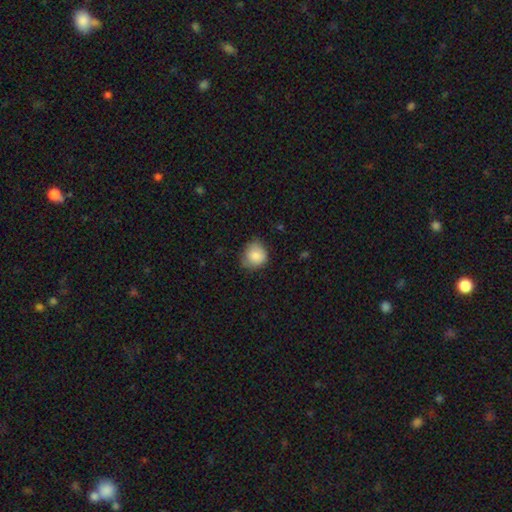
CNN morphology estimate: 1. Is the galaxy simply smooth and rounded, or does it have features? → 84% smooth, 8% star or artifact, 8% featured or disk.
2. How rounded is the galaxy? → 75% round, 24% in between, 1% cigar-shaped.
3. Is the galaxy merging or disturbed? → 60% none, 32% minor disturbance, 6% major disturbance, 1% merger.